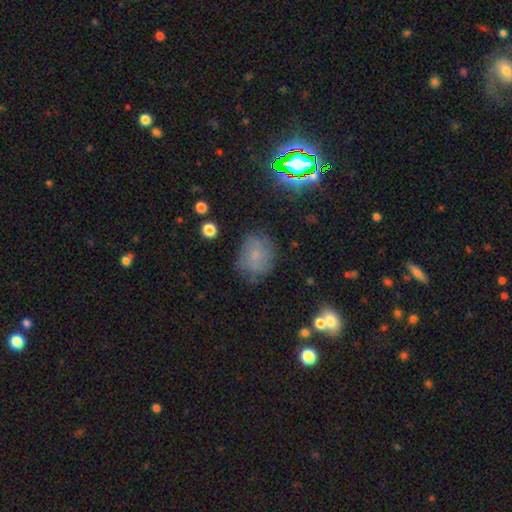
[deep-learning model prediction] Smooth or featured?
  - smooth: 62% *
  - star or artifact: 21%
  - featured or disk: 17%
How rounded?
  - round: 61% *
  - in between: 37%
  - cigar-shaped: 1%
Merging?
  - none: 70% *
  - minor disturbance: 19%
  - major disturbance: 8%
  - merger: 2%